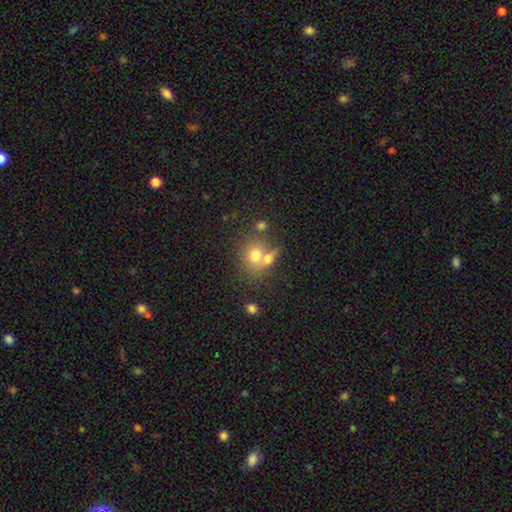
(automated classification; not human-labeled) Smooth or featured? smooth (71%)
How rounded? round (69%)
Merging? merger (45%)